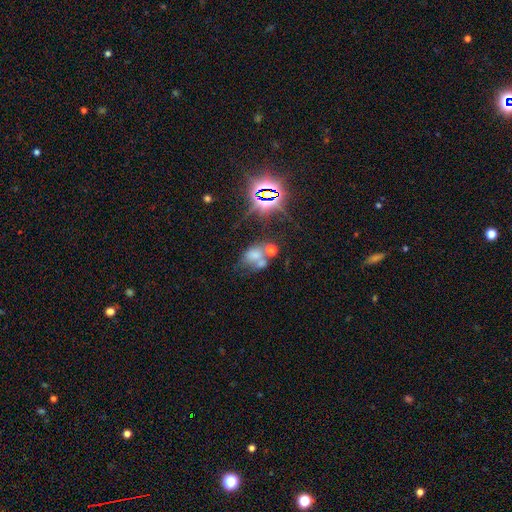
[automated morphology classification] smooth-or-featured: smooth: 50% | star or artifact: 29% | featured or disk: 22%
  merging: merger: 44% | none: 27% | major disturbance: 14% | minor disturbance: 14%